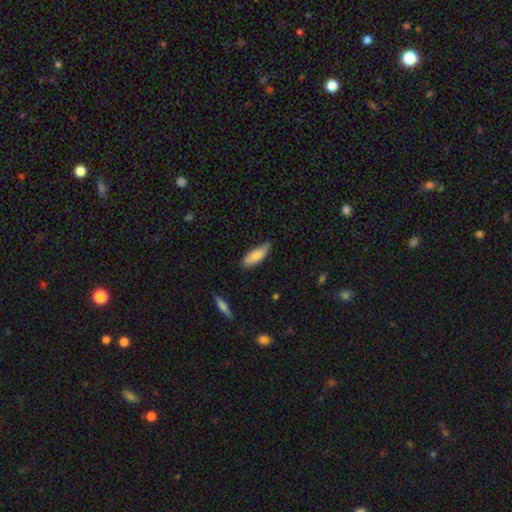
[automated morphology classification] The model was most divided on "merging": none: 53%, minor disturbance: 38%, major disturbance: 6%, merger: 2%. More confident: smooth or featured — smooth (82%); how rounded — in between (63%).